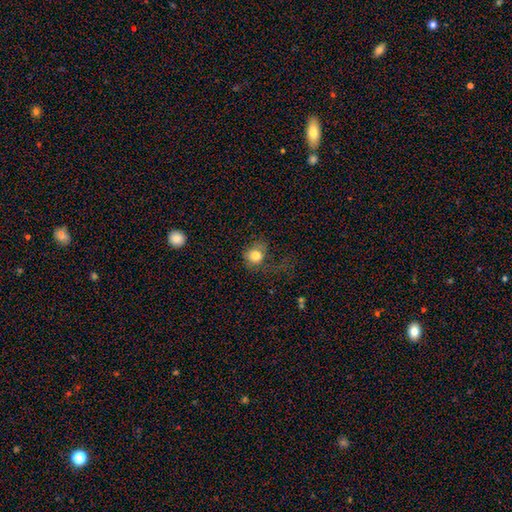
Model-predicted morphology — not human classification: smooth 79%, featured or disk 11%, star or artifact 10%. Down the decision tree: how rounded — round (75%); merging — none (40%).